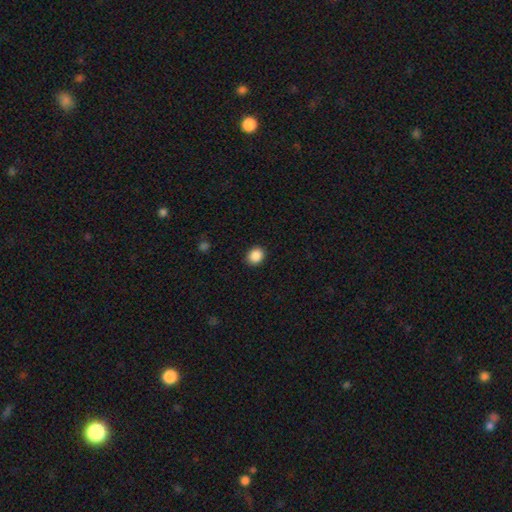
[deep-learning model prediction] Overall: smooth (88%). How rounded: round (60%; in between 39%). Merging: none (90%).